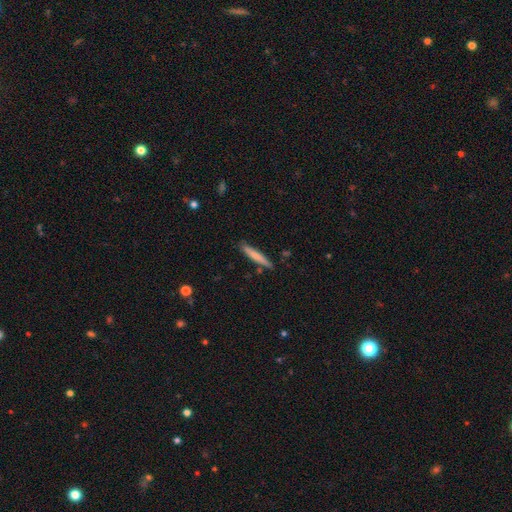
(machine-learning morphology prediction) A smooth galaxy with no disk features (73%) that is cigar-shaped (94%).

Vote fractions:
- Smooth or featured? smooth: 73% / featured or disk: 22% / star or artifact: 5%
- How rounded? cigar-shaped: 94% / in between: 5% / round: 1%
- Merging? none: 84% / minor disturbance: 11% / merger: 2% / major disturbance: 2%